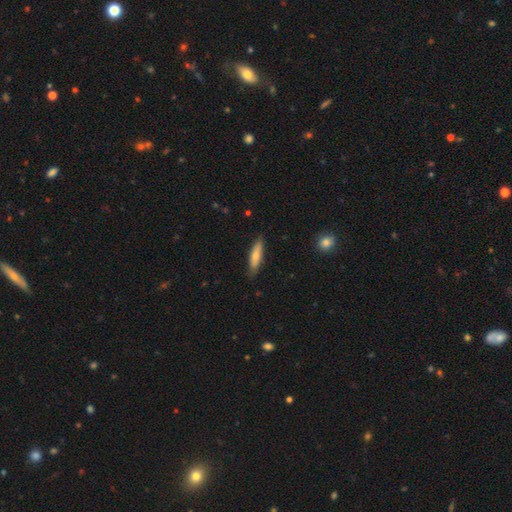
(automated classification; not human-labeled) Smooth or featured? smooth (70%)
How rounded? cigar-shaped (72%)
Merging? none (83%)